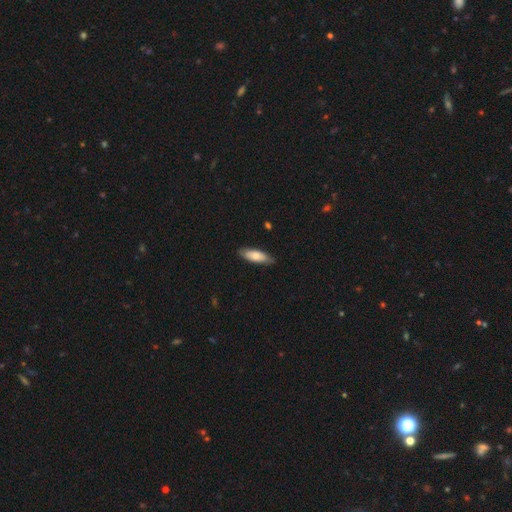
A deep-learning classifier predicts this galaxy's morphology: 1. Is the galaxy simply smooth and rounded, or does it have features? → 76% smooth, 19% featured or disk, 6% star or artifact.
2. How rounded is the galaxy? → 61% in between, 37% cigar-shaped, 2% round.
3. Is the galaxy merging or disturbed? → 82% none, 15% minor disturbance, 2% major disturbance, 1% merger.